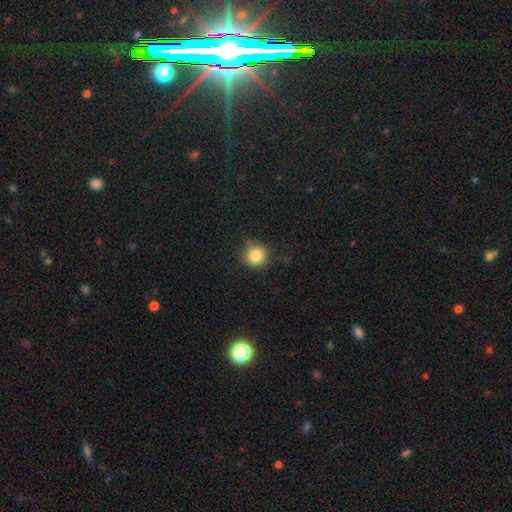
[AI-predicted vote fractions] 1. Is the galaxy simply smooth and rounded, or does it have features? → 84% smooth, 11% star or artifact, 5% featured or disk.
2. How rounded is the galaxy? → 92% round, 7% in between, 1% cigar-shaped.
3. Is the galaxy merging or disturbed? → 82% none, 14% minor disturbance, 3% major disturbance, 1% merger.